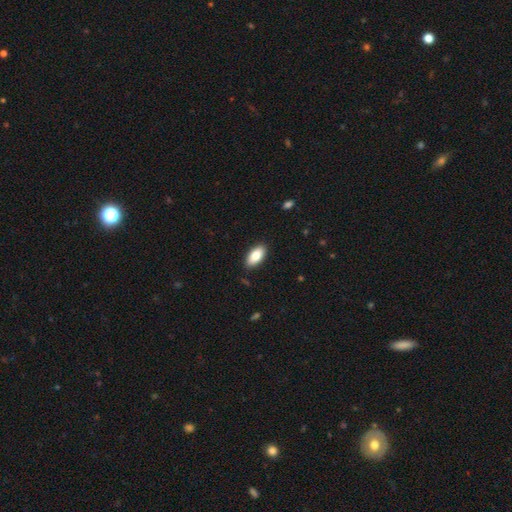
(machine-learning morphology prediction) smooth-or-featured: smooth: 84% | featured or disk: 9% | star or artifact: 7%
  how-rounded: in between: 92% | cigar-shaped: 6% | round: 2%
  merging: none: 88% | minor disturbance: 9% | major disturbance: 2% | merger: 1%